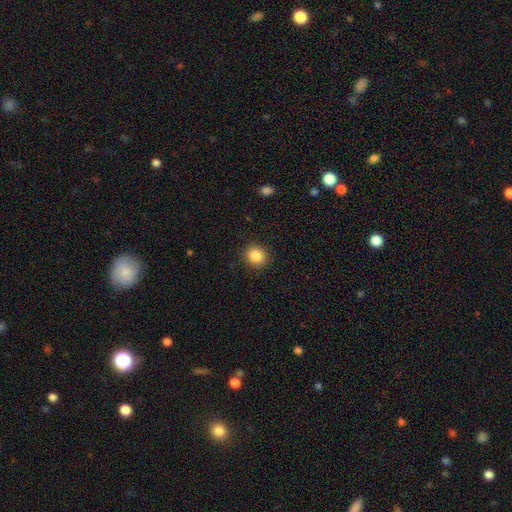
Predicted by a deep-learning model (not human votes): Smooth or featured? Predicted: smooth (p=0.86). How rounded? Predicted: round (p=0.84). Merging? Predicted: none (p=0.90).